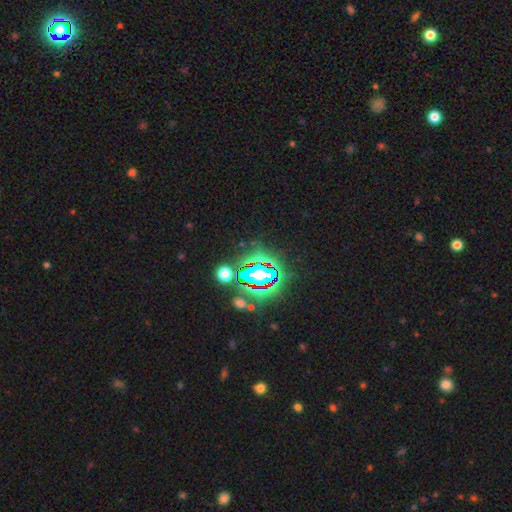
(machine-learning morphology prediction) Smooth or featured?
  - star or artifact: 80% *
  - smooth: 11%
  - featured or disk: 8%